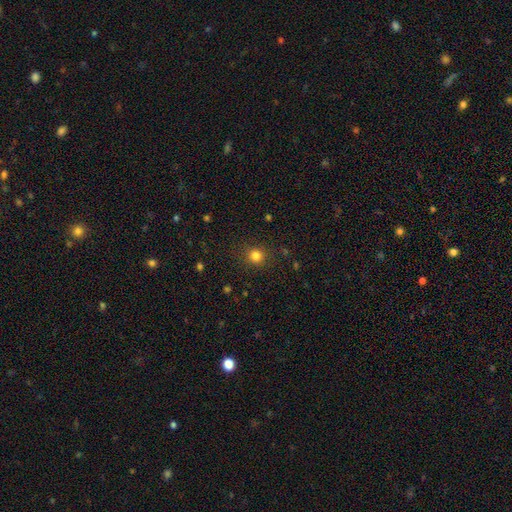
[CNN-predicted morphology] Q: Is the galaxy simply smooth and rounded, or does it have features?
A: smooth — 81%.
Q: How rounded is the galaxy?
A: round — 91%.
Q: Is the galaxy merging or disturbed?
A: none — 89%.